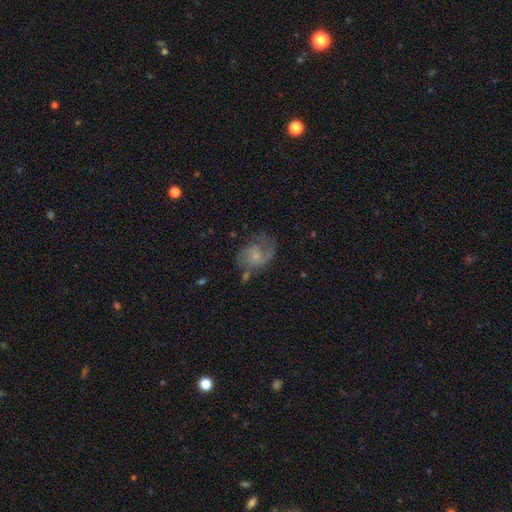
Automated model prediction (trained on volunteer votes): Smooth or featured? Predicted: featured or disk (p=0.71). Edge-on disk? Predicted: no (p=0.98). Bar? Predicted: no (p=0.65). Spiral arms? Predicted: yes (p=0.91). Spiral winding? Predicted: medium (p=0.46). Spiral arm count? Predicted: 2 (p=0.60). Bulge size? Predicted: small (p=0.63). Merging? Predicted: none (p=0.53).